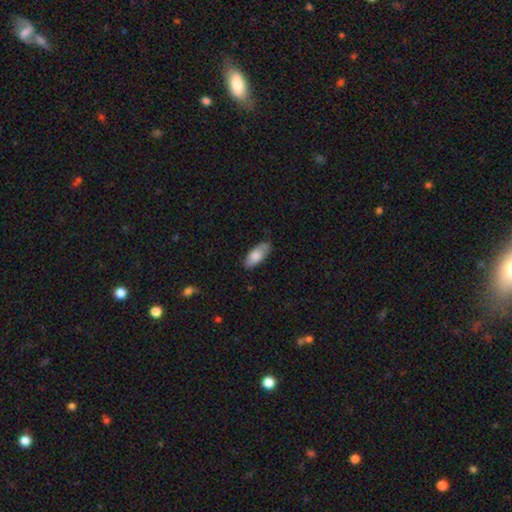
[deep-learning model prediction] Smooth or featured?
  - smooth: 80% *
  - featured or disk: 14%
  - star or artifact: 6%
How rounded?
  - in between: 85% *
  - cigar-shaped: 13%
  - round: 2%
Merging?
  - none: 78% *
  - minor disturbance: 18%
  - major disturbance: 3%
  - merger: 1%